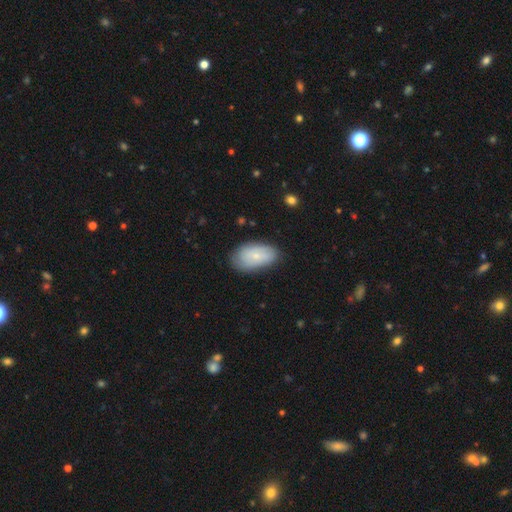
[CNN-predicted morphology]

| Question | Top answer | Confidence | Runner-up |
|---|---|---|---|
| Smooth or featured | smooth | 61% | featured or disk (33%) |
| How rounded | in between | 93% | round (5%) |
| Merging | none | 74% | minor disturbance (20%) |